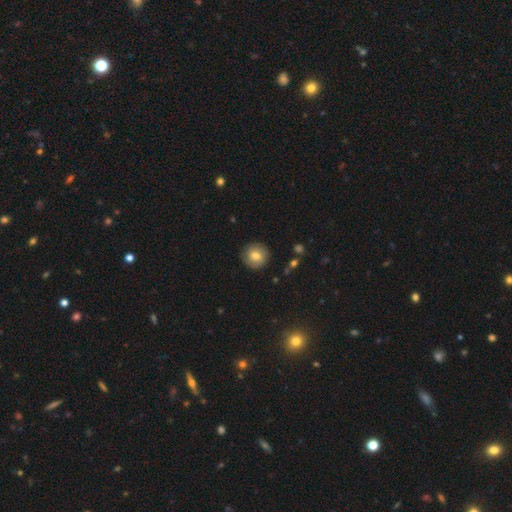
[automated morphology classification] This is likely a smooth galaxy (71%). How rounded: clearly round (93%). Merging: clearly none (87%).